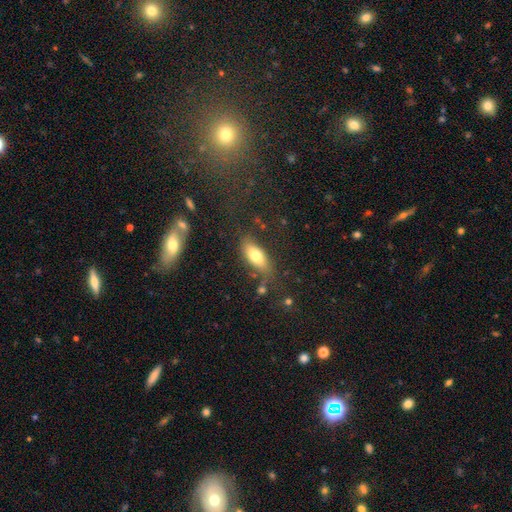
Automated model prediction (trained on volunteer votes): Morphology: type=smooth (74%); roundness=in between (81%); merging=none (73%).